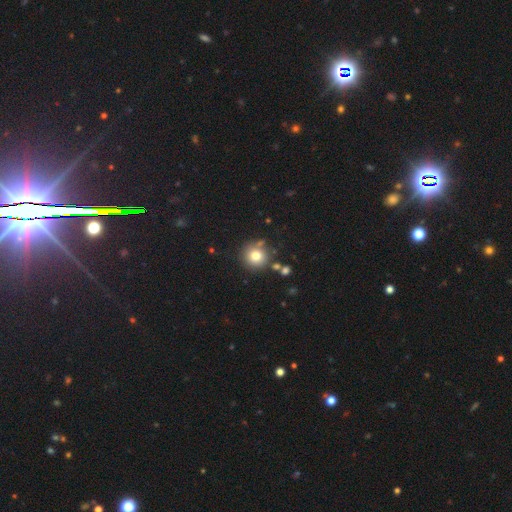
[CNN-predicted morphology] smooth 77%, star or artifact 13%, featured or disk 11%. Down the decision tree: how rounded — round (92%); merging — none (79%).